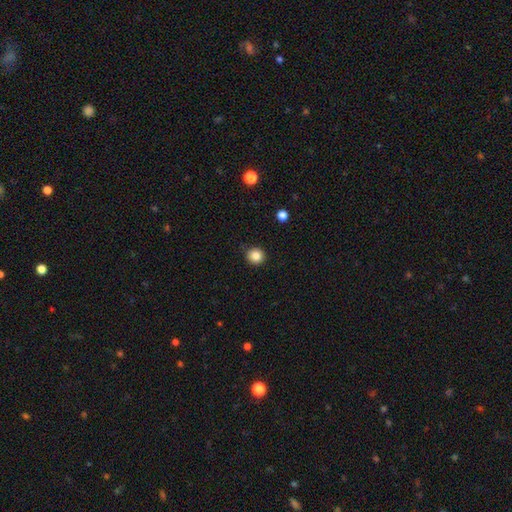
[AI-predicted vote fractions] Overall: smooth (85%). How rounded: round (93%). Merging: none (90%).